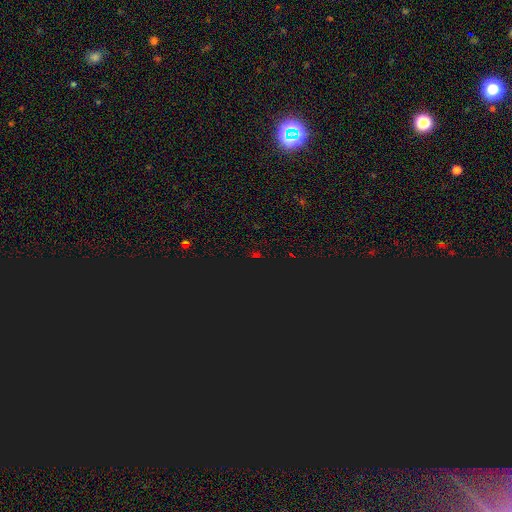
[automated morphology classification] smooth-or-featured: star or artifact: 74% | smooth: 19% | featured or disk: 7%